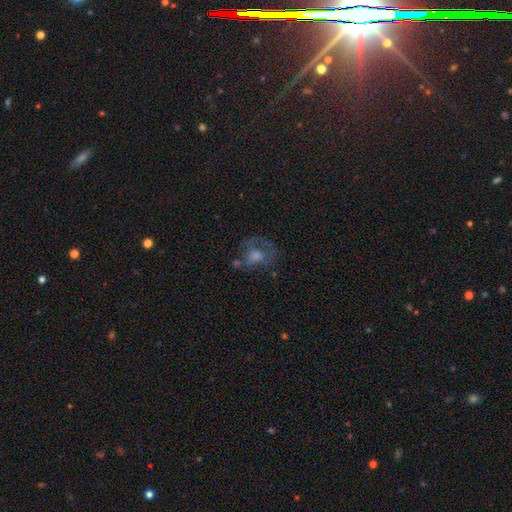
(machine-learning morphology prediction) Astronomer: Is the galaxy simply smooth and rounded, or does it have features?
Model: featured or disk — 53% (runner-up: smooth, 28%).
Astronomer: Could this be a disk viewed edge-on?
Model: no — 96%.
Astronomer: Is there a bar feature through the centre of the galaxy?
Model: no — 81%.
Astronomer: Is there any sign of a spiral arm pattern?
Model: no — 50%, tied with yes at 50%.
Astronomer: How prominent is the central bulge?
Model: moderate — 49%.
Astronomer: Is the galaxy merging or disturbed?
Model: none — 47% (runner-up: major disturbance, 26%).